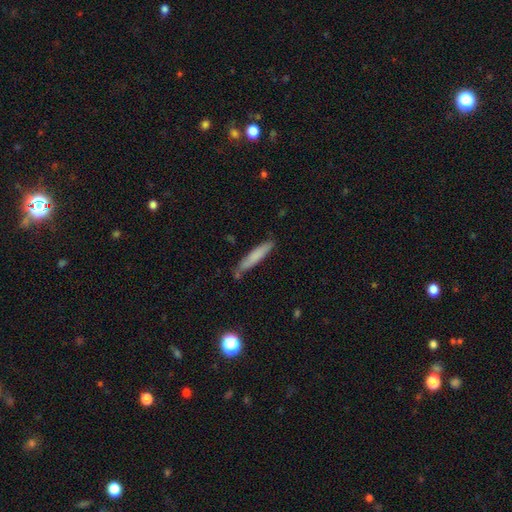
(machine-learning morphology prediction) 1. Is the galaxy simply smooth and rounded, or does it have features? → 74% smooth, 19% featured or disk, 7% star or artifact.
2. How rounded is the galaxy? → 91% cigar-shaped, 7% in between, 1% round.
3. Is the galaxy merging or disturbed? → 77% none, 16% minor disturbance, 4% merger, 3% major disturbance.